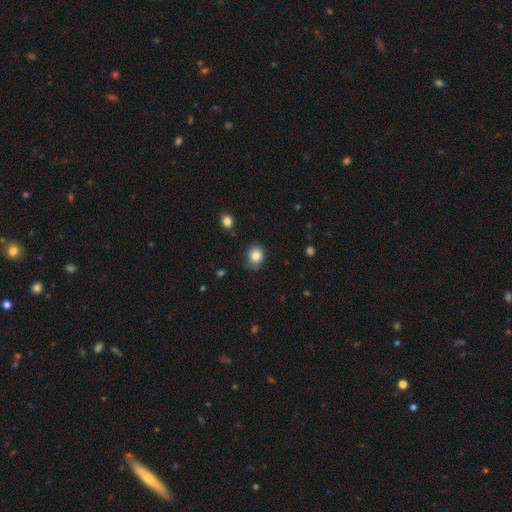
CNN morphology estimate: smooth_or_featured: smooth (p=0.84) [alt: star or artifact p=0.10]
how_rounded: round (p=0.55) [alt: in between p=0.44]
merging: none (p=0.77) [alt: minor disturbance p=0.18]